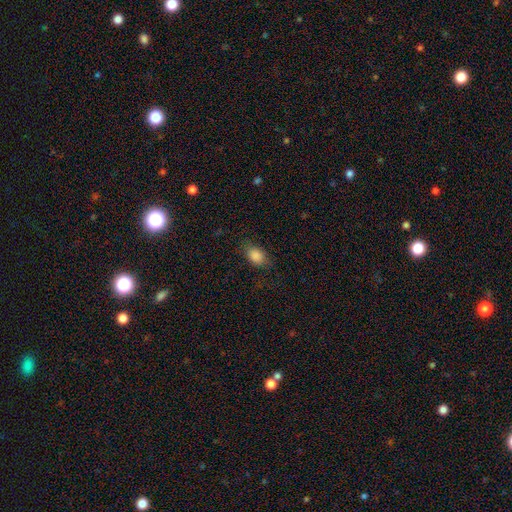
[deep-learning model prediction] The model was most divided on "how rounded": in between: 79%, round: 19%, cigar-shaped: 2%. More confident: smooth or featured — smooth (85%); merging — none (76%).